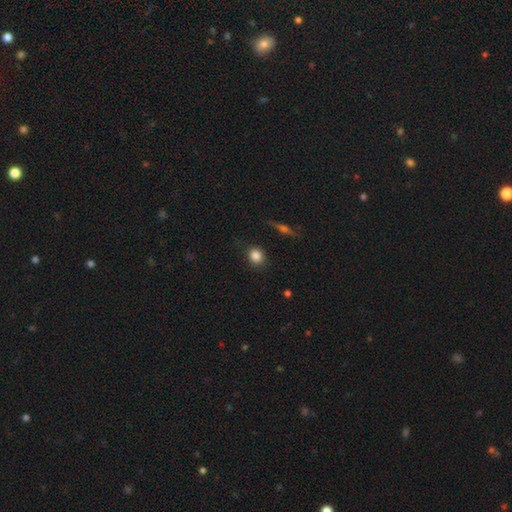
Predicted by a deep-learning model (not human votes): Smooth or featured? smooth (85%)
How rounded? round (79%)
Merging? none (86%)